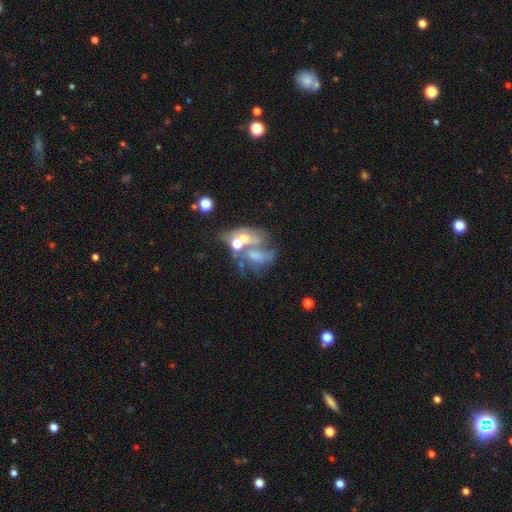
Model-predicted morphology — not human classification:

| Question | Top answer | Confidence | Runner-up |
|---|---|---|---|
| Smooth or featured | featured or disk | 49% | smooth (34%) |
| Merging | merger | 50% | major disturbance (20%) |